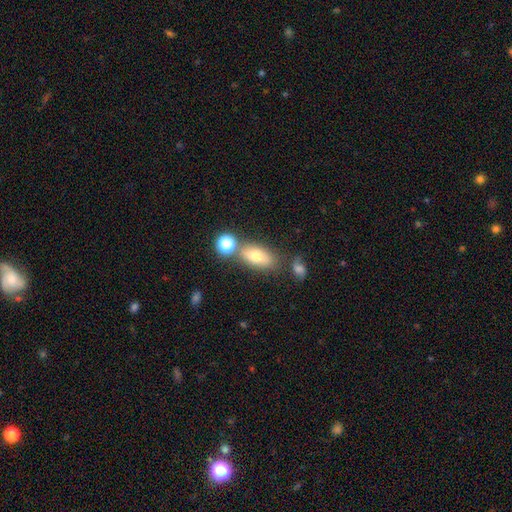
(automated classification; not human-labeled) Smooth or featured: smooth — 70% (featured or disk — 19%)
How rounded: in between — 82% (round — 9%)
Merging: none — 65% (merger — 16%)